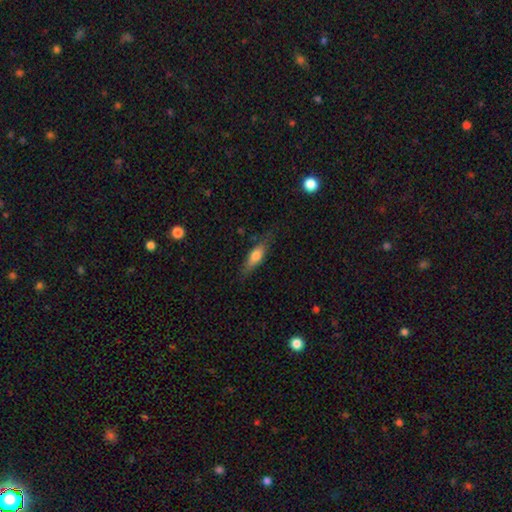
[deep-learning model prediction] Smooth or featured?
  - smooth: 66% *
  - featured or disk: 27%
  - star or artifact: 7%
How rounded?
  - in between: 54% *
  - cigar-shaped: 44%
  - round: 3%
Merging?
  - none: 72% *
  - minor disturbance: 21%
  - major disturbance: 5%
  - merger: 2%